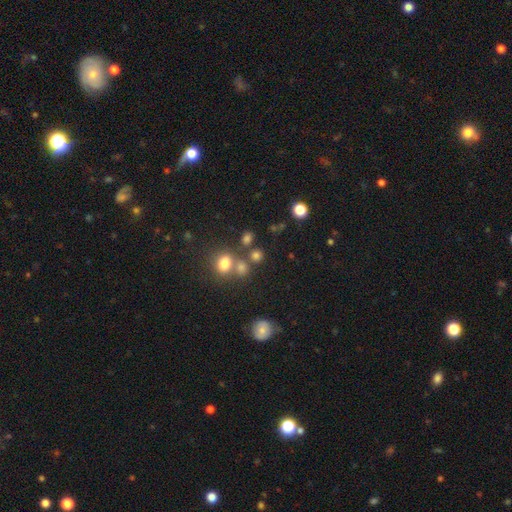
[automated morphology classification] This is likely a smooth galaxy (71%). How rounded: likely round (75%). Merging: likely none (61%).